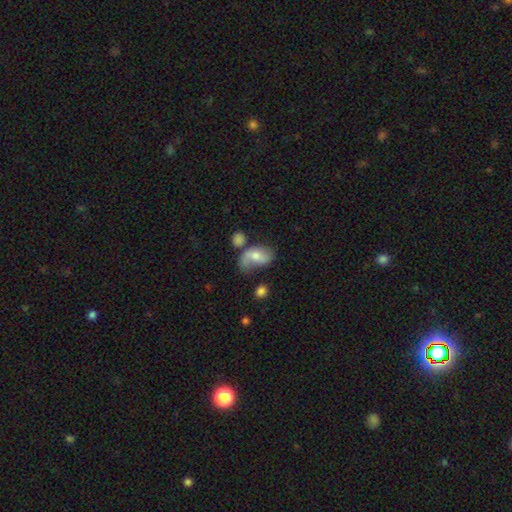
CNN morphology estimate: smooth 49%, featured or disk 43%, star or artifact 8%. Down the decision tree: merging — none (35%).